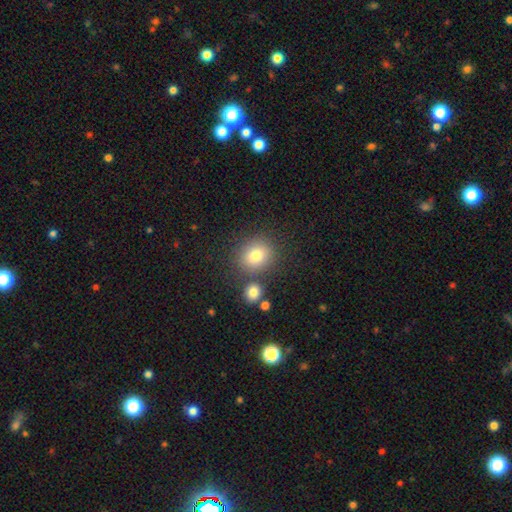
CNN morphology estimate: The model was most divided on "how rounded": round: 72%, in between: 27%, cigar-shaped: 1%. More confident: smooth or featured — smooth (79%); merging — none (74%).